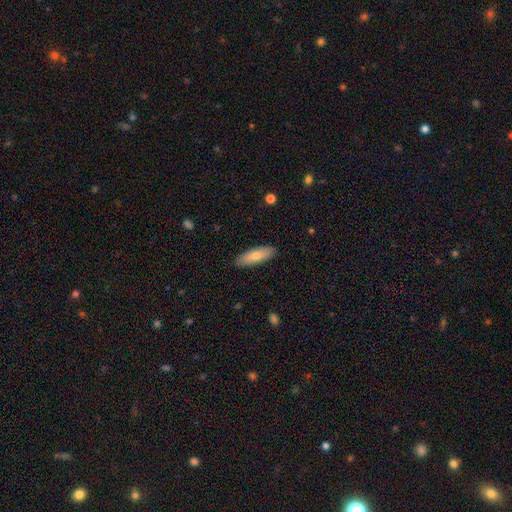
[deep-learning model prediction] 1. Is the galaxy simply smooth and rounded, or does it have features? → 76% smooth, 18% featured or disk, 6% star or artifact.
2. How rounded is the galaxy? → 52% in between, 46% cigar-shaped, 2% round.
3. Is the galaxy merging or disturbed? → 89% none, 9% minor disturbance, 2% major disturbance, 1% merger.